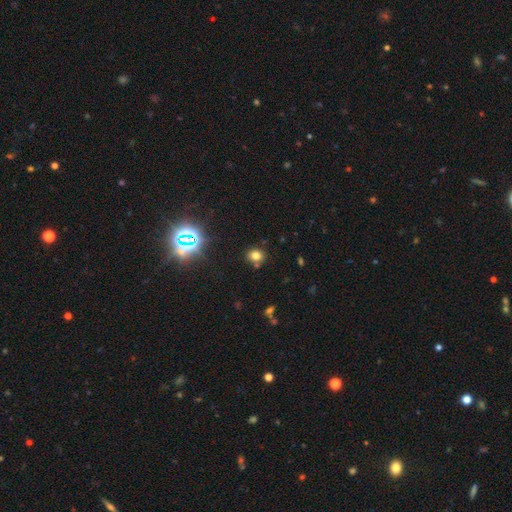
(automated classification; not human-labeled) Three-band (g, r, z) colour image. It shows a smooth galaxy with no disk features (70%) that is round (72%). Merging: none (77%).